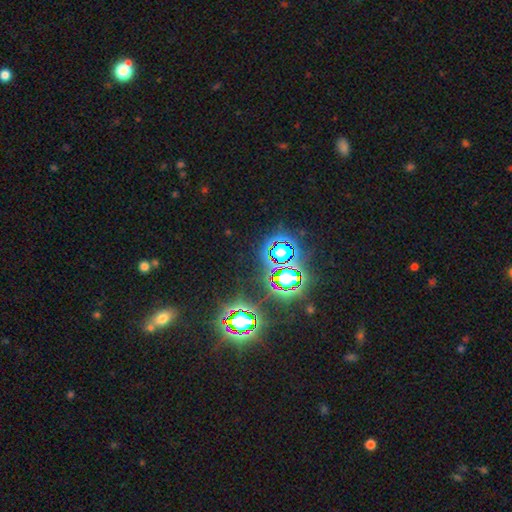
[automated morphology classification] Overall: star or artifact (79%).